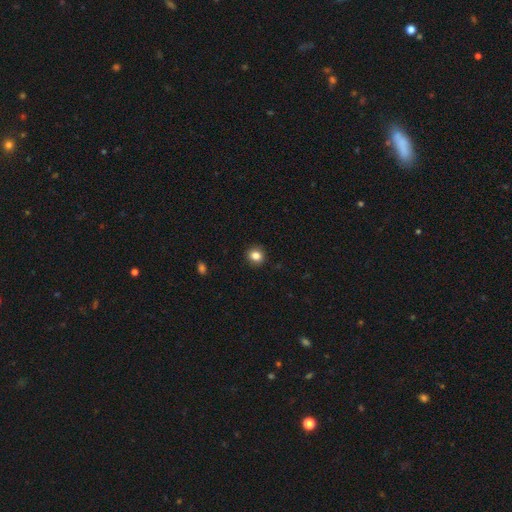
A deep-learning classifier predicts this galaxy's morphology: This is clearly a smooth galaxy (84%). How rounded: clearly round (86%). Merging: clearly none (92%).